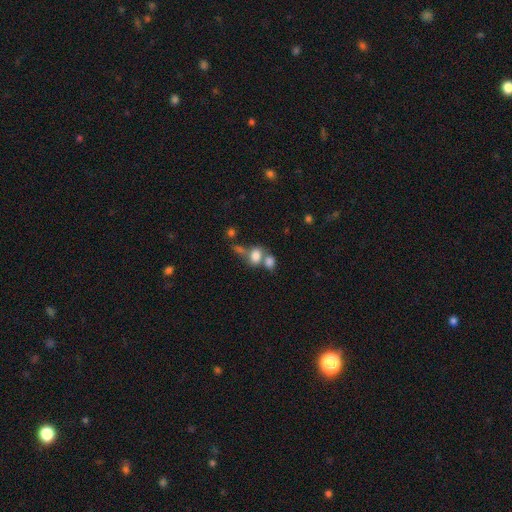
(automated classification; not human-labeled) This appears to be a smooth galaxy with no disk features (75%) that is in between round and cigar-shaped (71%). Merging: merger (54%).